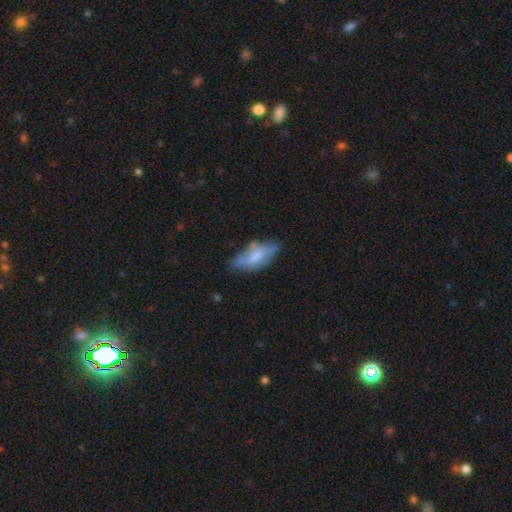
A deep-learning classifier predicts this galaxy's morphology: smooth-or-featured: smooth: 53% | featured or disk: 40% | star or artifact: 7%
  how-rounded: in between: 81% | cigar-shaped: 16% | round: 3%
  merging: none: 52% | minor disturbance: 33% | major disturbance: 12% | merger: 3%